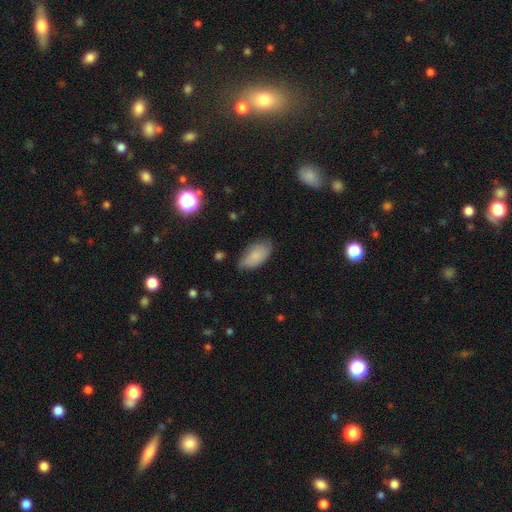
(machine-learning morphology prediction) Smooth or featured?
  - smooth: 80% *
  - featured or disk: 13%
  - star or artifact: 7%
How rounded?
  - in between: 93% *
  - cigar-shaped: 4%
  - round: 3%
Merging?
  - none: 68% *
  - minor disturbance: 26%
  - major disturbance: 5%
  - merger: 1%